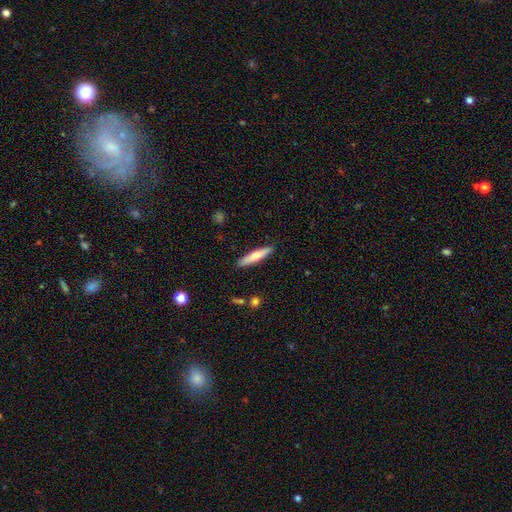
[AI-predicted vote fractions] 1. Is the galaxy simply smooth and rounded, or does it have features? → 65% smooth, 30% featured or disk, 6% star or artifact.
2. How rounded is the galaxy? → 86% cigar-shaped, 12% in between, 1% round.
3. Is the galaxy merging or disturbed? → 89% none, 8% minor disturbance, 2% major disturbance, 1% merger.